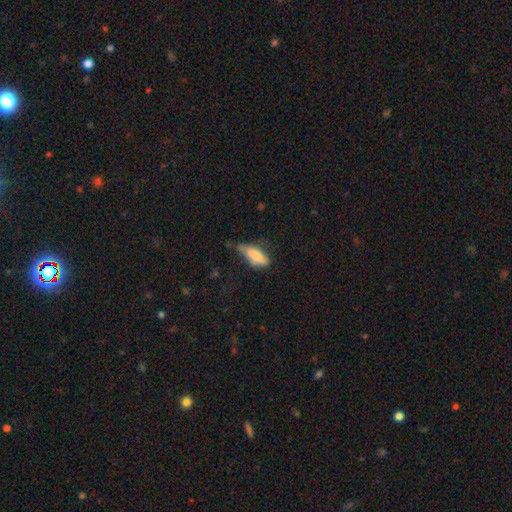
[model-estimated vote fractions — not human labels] Smooth or featured? smooth (78%)
How rounded? in between (62%)
Merging? none (42%)